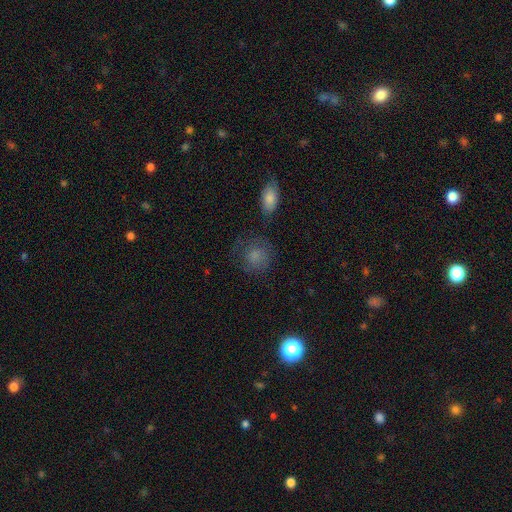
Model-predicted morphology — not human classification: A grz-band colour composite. It shows a smooth galaxy with no disk features (75%) that is round (82%). Merging: none (66%).